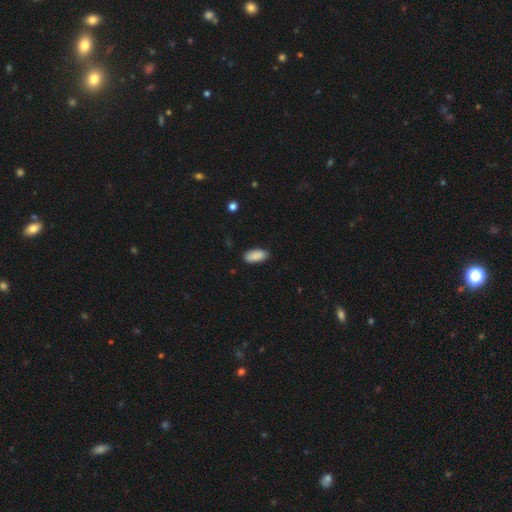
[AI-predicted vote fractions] The model was most divided on "merging": none: 87%, minor disturbance: 10%, major disturbance: 2%, merger: 1%. More confident: how rounded — in between (91%); smooth or featured — smooth (90%).